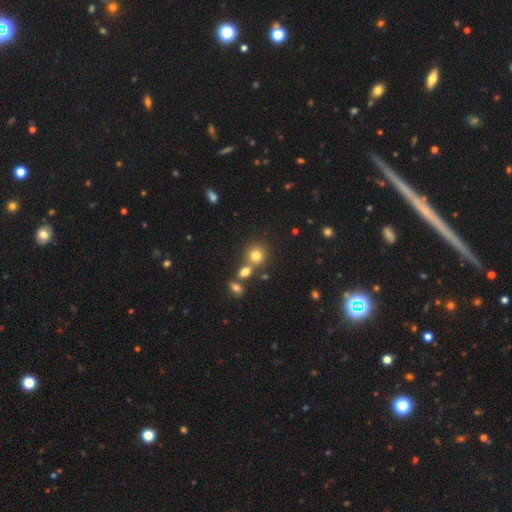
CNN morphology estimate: smooth_or_featured: smooth (p=0.77) [alt: star or artifact p=0.14]
how_rounded: round (p=0.86) [alt: in between p=0.13]
merging: none (p=0.61) [alt: merger p=0.27]